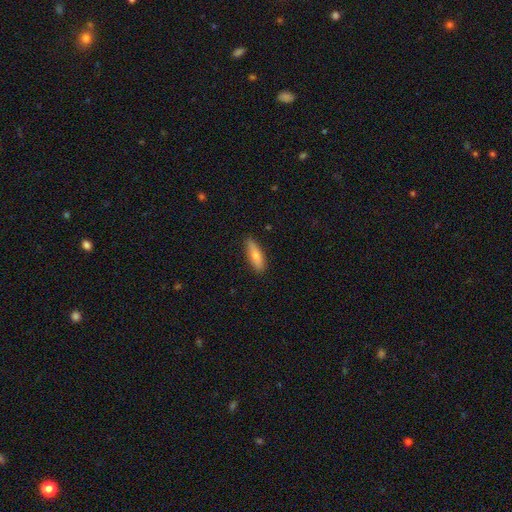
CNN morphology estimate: Overall: smooth (74%). How rounded: cigar-shaped (52%; in between 45%). Merging: none (86%).